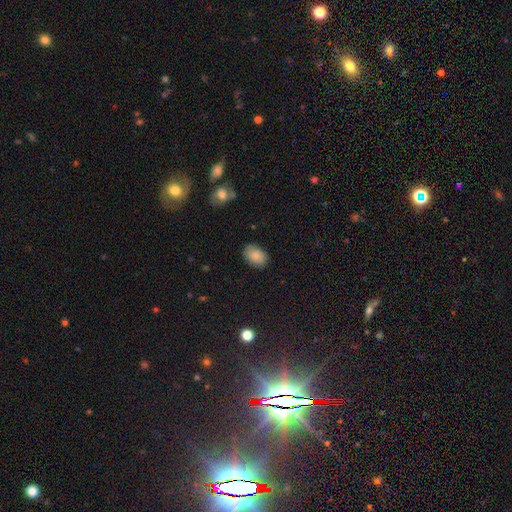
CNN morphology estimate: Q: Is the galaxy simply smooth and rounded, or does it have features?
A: smooth — 85%.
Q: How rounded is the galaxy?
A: in between — 82%.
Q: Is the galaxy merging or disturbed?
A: none — 84%.